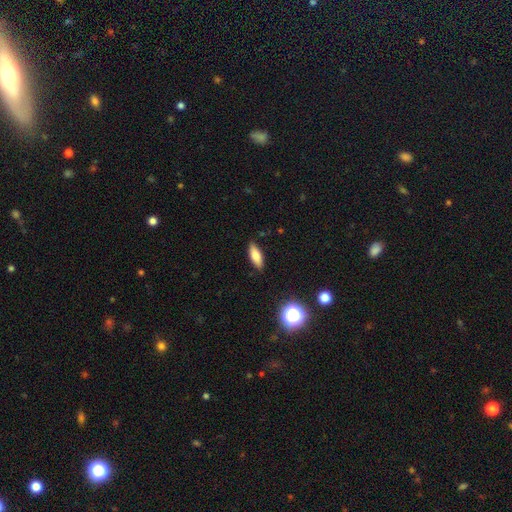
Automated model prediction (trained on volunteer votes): This is likely a smooth galaxy (76%). How rounded: likely in between (65%). Merging: clearly none (87%).